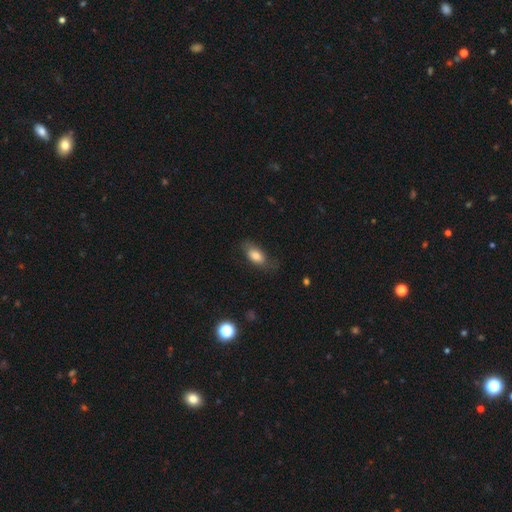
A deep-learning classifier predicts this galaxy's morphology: smooth 76%, featured or disk 17%, star or artifact 8%. Down the decision tree: how rounded — in between (87%); merging — none (67%).